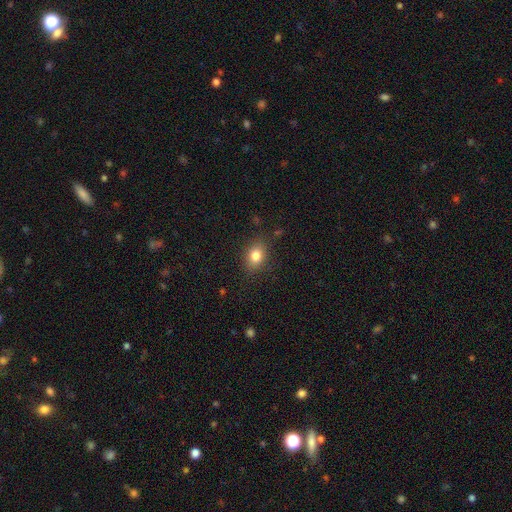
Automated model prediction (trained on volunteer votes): Overall: smooth (81%). How rounded: in between (69%; round 30%). Merging: none (84%).